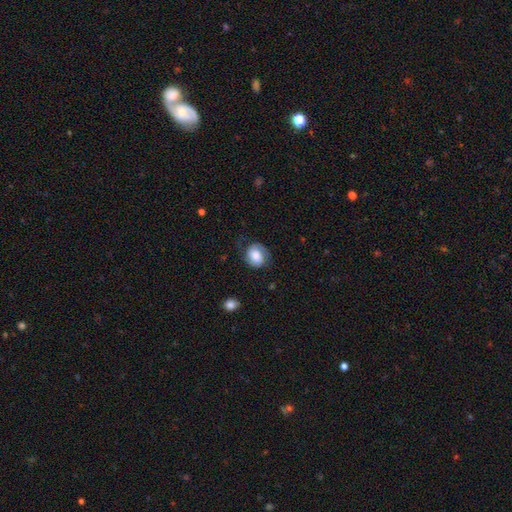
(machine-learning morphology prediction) This appears to be a featured or disk galaxy (46%, tied with smooth). Merging: none (63%).